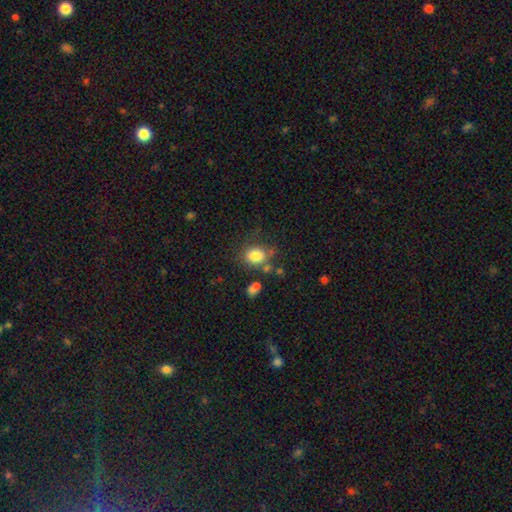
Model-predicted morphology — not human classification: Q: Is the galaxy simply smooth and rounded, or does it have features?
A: smooth — 81%.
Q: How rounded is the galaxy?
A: round — 55%.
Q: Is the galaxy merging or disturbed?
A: none — 62%.